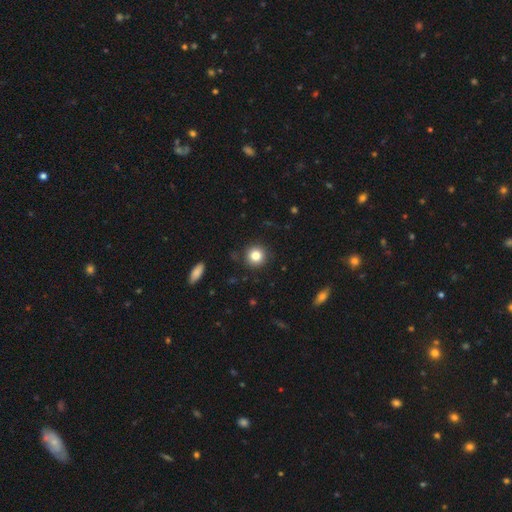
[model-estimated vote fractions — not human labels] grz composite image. It shows a smooth galaxy with no disk features (82%) that is round (93%). Merging: none (89%).